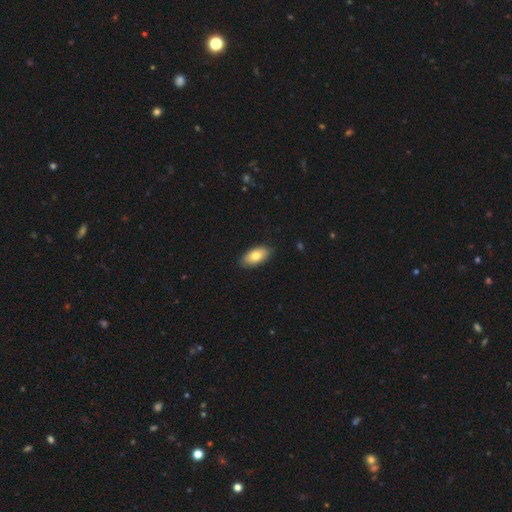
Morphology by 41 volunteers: smooth_or_featured: smooth (p=0.78) [alt: featured or disk p=0.15]
how_rounded: in between (p=0.94) [alt: round p=0.03]
merging: none (p=0.84) [alt: minor disturbance p=0.13]